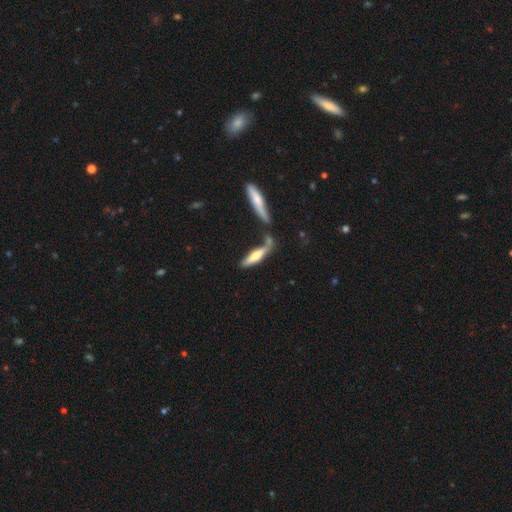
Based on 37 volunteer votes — Morphology: type=featured or disk (54%); edge-on=yes (85%); edge-on bulge=rounded (76%); merging=merger (43%).